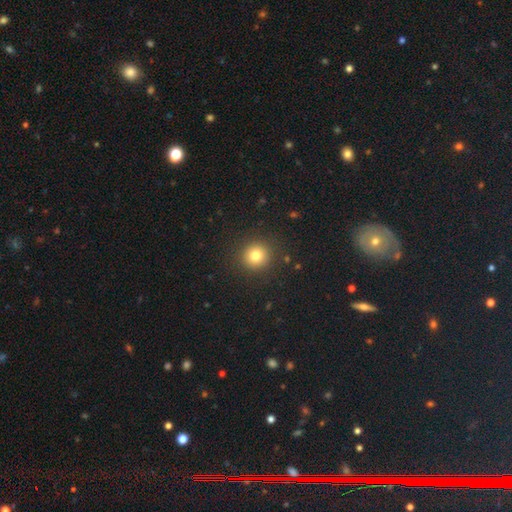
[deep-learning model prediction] smooth-or-featured: smooth: 79% | star or artifact: 13% | featured or disk: 8%
  how-rounded: round: 93% | in between: 6% | cigar-shaped: 1%
  merging: none: 90% | minor disturbance: 6% | major disturbance: 3% | merger: 1%